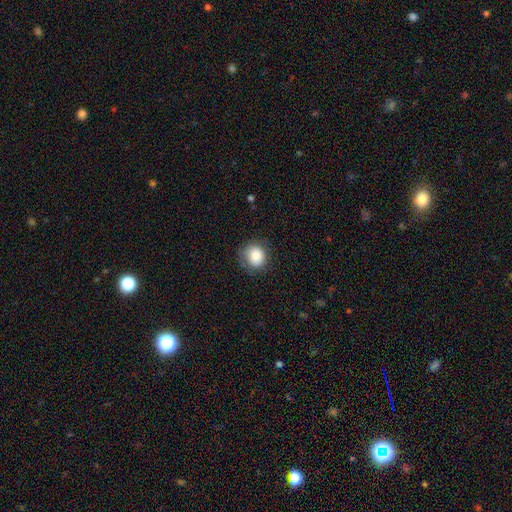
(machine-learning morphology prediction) Smooth or featured?
  - smooth: 82% *
  - featured or disk: 9%
  - star or artifact: 9%
How rounded?
  - round: 82% *
  - in between: 17%
  - cigar-shaped: 1%
Merging?
  - none: 75% *
  - minor disturbance: 18%
  - major disturbance: 6%
  - merger: 1%